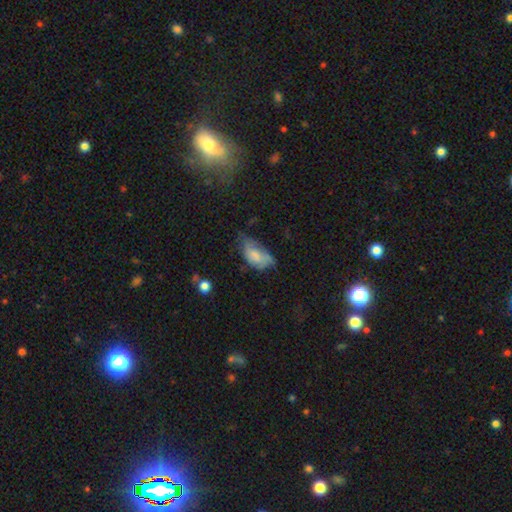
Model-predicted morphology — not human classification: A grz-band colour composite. It shows a smooth galaxy with no disk features (63%) that is in between round and cigar-shaped (92%). Merging: minor disturbance (40%).